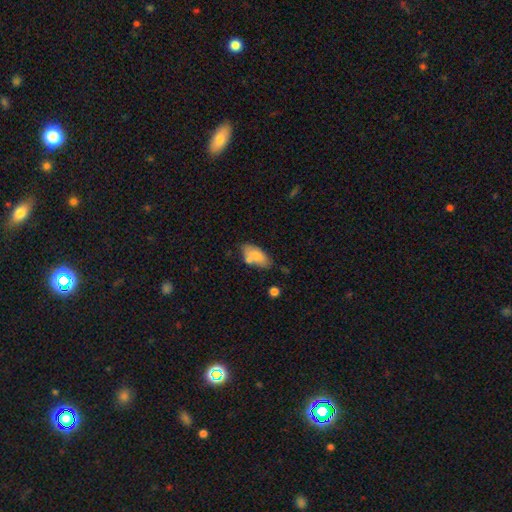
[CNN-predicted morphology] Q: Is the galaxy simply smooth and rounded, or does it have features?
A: smooth — 77%.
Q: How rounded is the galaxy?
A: in between — 90%.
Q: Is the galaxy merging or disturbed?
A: none — 60%.